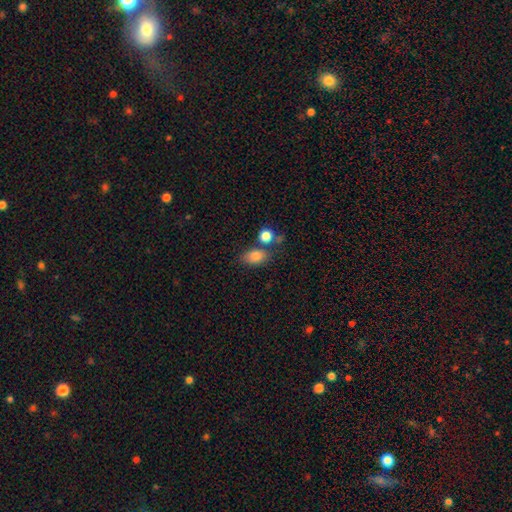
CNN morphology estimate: Smooth or featured? Predicted: smooth (p=0.83). How rounded? Predicted: in between (p=0.82). Merging? Predicted: none (p=0.61).